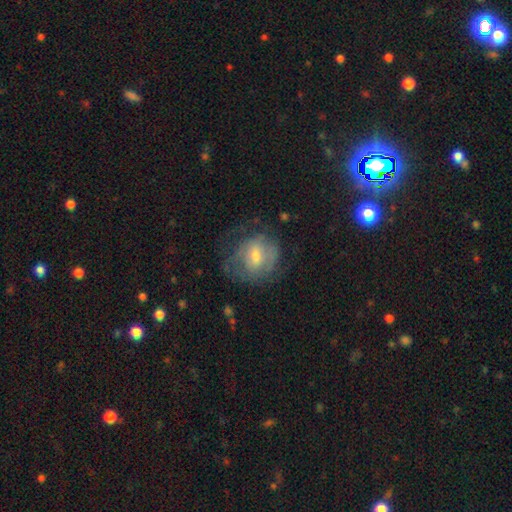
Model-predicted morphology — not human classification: Smooth or featured? featured or disk (52%)
Edge-on disk? no (96%)
Merging? none (52%)